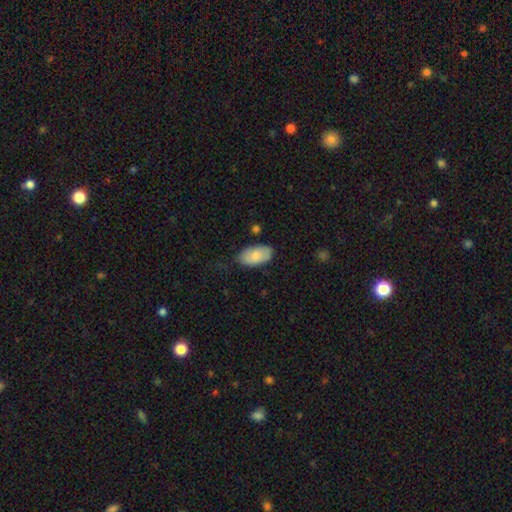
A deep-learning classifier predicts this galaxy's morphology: smooth-or-featured: smooth: 82% | featured or disk: 12% | star or artifact: 6%
  how-rounded: in between: 95% | round: 3% | cigar-shaped: 2%
  merging: none: 73% | minor disturbance: 21% | major disturbance: 4% | merger: 2%